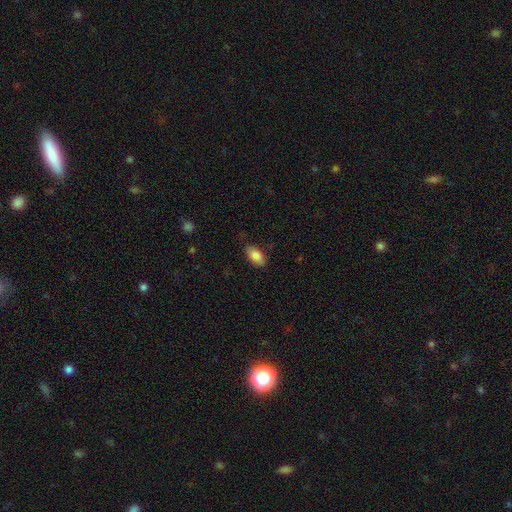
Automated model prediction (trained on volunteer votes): This is clearly a smooth galaxy (85%). How rounded: clearly in between (93%). Merging: clearly none (81%).